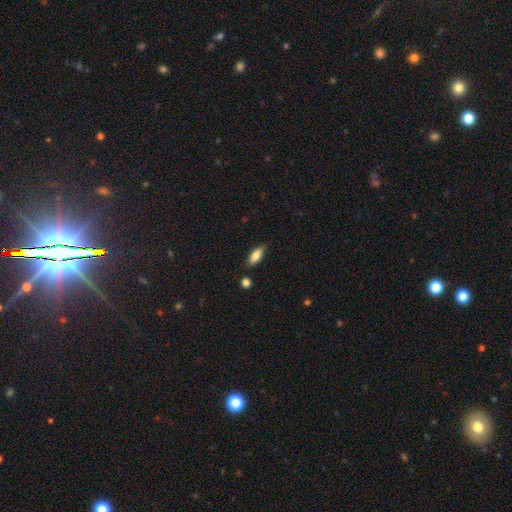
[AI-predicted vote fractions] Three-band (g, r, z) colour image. It shows a smooth galaxy with no disk features (74%) that is in between round and cigar-shaped (69%). Merging: none (81%).